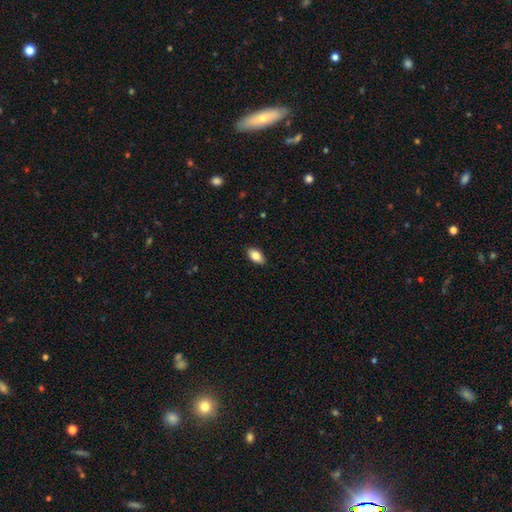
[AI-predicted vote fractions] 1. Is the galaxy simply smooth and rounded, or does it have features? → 84% smooth, 9% featured or disk, 7% star or artifact.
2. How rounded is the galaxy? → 92% in between, 4% cigar-shaped, 4% round.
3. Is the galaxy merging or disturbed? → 89% none, 9% minor disturbance, 2% major disturbance, 1% merger.